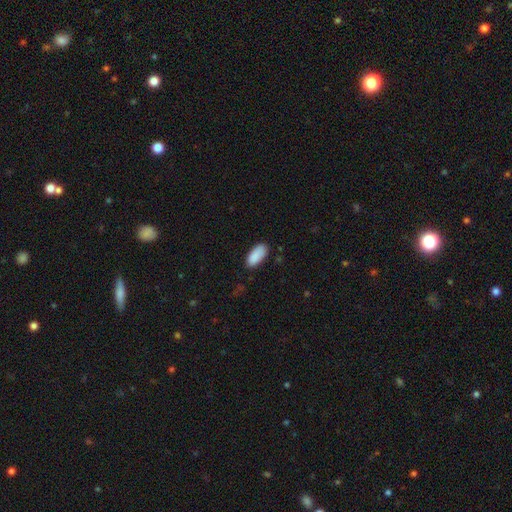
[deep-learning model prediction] A smooth galaxy with no disk features (90%) that is in between round and cigar-shaped (90%). Merging: none (81%).